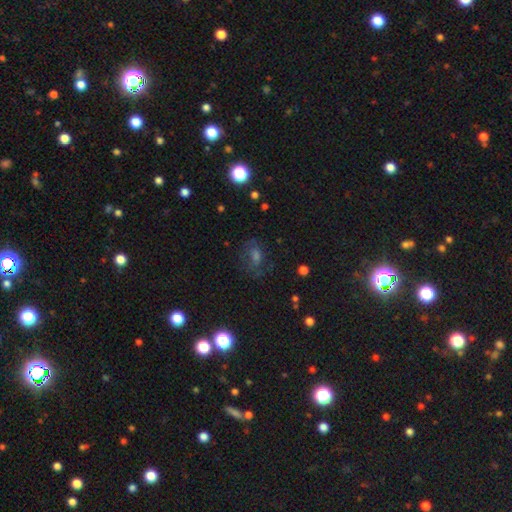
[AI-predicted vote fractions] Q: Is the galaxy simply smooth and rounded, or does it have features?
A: smooth — 39%.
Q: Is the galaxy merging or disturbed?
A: none — 67%.